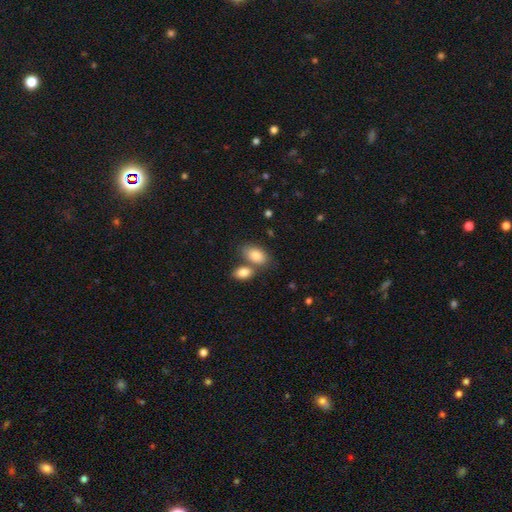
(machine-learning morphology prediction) type=smooth (84%); roundness=in between (92%); merging=none (51%).